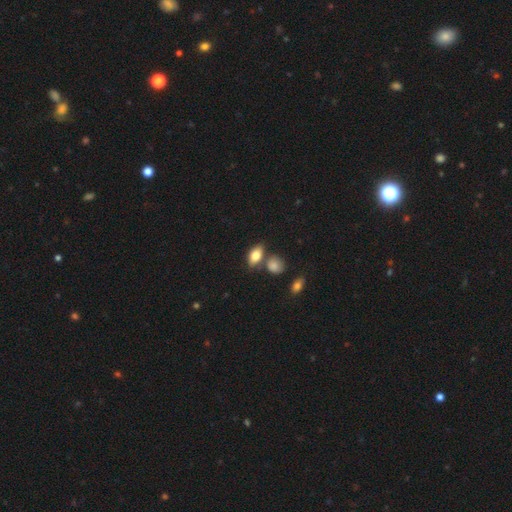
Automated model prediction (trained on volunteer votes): Smooth or featured: smooth — 80% (featured or disk — 12%)
How rounded: in between — 87% (round — 9%)
Merging: none — 62% (merger — 19%)